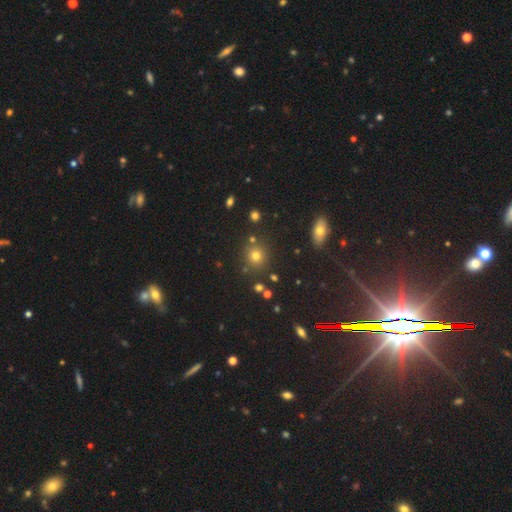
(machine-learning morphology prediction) A smooth galaxy with no disk features (70%) that is round (87%). Merging: none (82%).